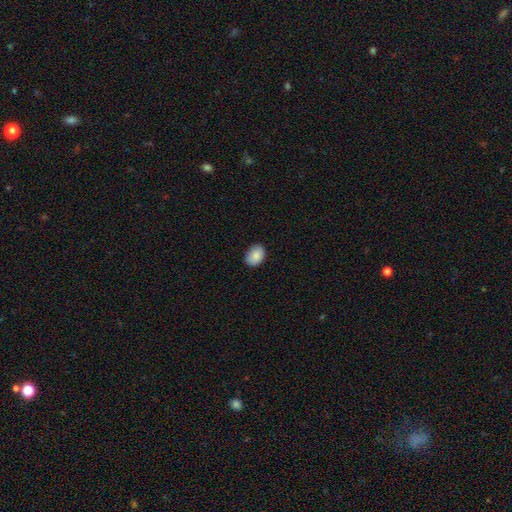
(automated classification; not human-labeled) smooth 88%, star or artifact 7%, featured or disk 4%. Down the decision tree: how rounded — in between (76%); merging — none (85%).